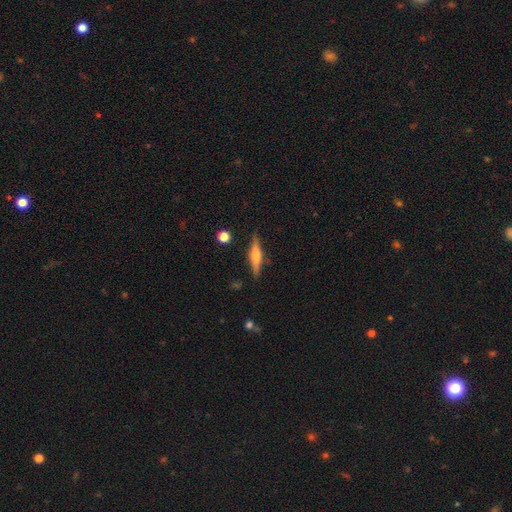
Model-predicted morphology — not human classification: The model was most divided on "smooth or featured": featured or disk: 62%, smooth: 32%, star or artifact: 7%. More confident: edge-on disk — yes (96%); merging — none (87%); edge-on bulge — rounded (82%).